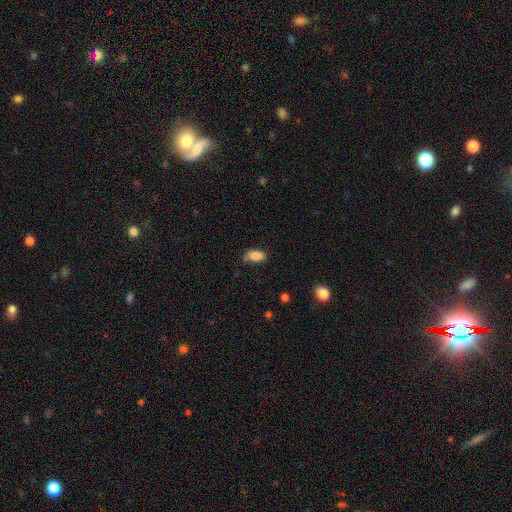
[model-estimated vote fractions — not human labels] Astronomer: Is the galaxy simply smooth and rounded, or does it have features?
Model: smooth — 85%.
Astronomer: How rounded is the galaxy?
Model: in between — 91%.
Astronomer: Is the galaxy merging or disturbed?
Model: none — 70%.